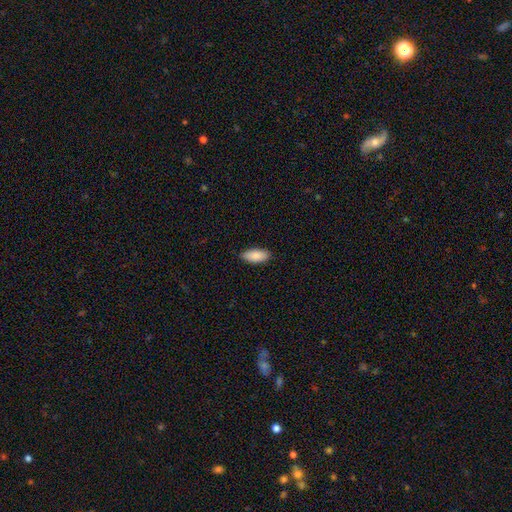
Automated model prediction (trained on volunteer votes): smooth-or-featured: smooth: 88% | featured or disk: 6% | star or artifact: 6%
  how-rounded: in between: 89% | cigar-shaped: 9% | round: 2%
  merging: none: 86% | minor disturbance: 11% | major disturbance: 2% | merger: 1%